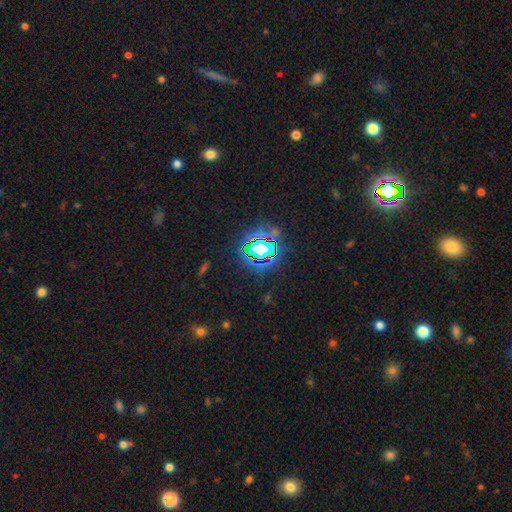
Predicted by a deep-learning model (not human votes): smooth-or-featured: star or artifact: 73% | smooth: 15% | featured or disk: 11%